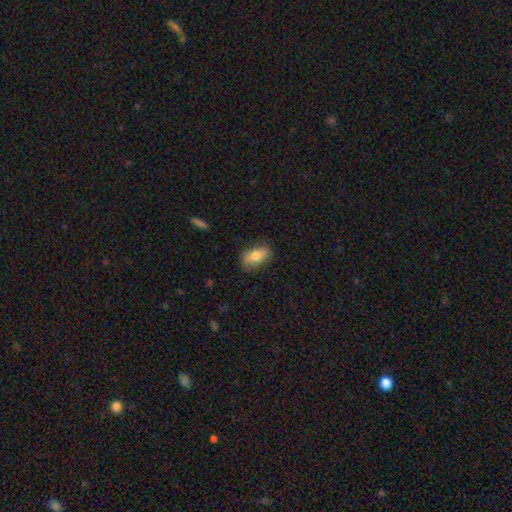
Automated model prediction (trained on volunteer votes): Morphology: type=smooth (73%); roundness=in between (87%); merging=none (75%).